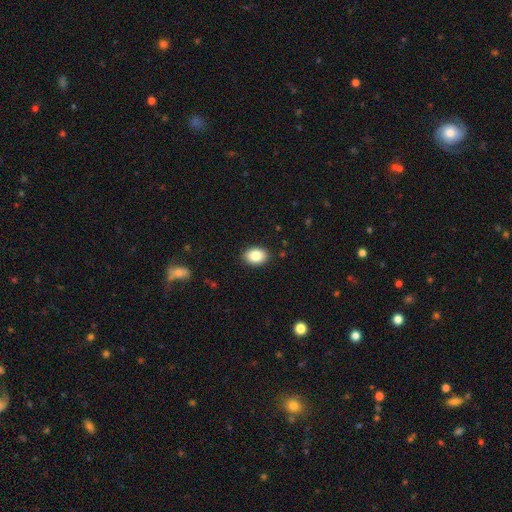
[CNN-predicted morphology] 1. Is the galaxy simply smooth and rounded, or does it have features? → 86% smooth, 8% star or artifact, 6% featured or disk.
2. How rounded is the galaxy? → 77% in between, 22% round, 1% cigar-shaped.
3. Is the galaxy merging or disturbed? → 90% none, 7% minor disturbance, 2% major disturbance, 1% merger.